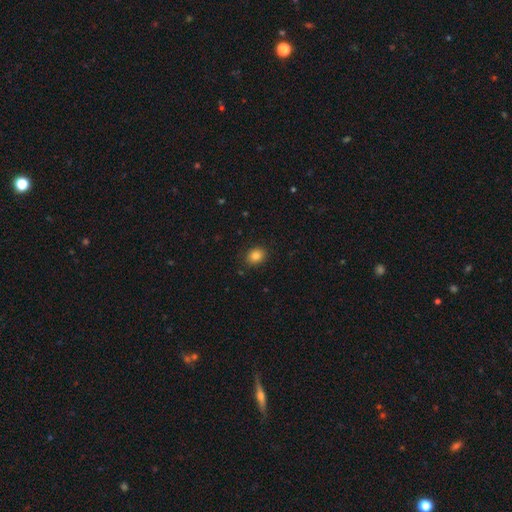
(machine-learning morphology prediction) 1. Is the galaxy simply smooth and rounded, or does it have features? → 83% smooth, 10% star or artifact, 6% featured or disk.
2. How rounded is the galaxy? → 51% round, 48% in between, 1% cigar-shaped.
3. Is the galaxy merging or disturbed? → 89% none, 8% minor disturbance, 2% major disturbance, 1% merger.